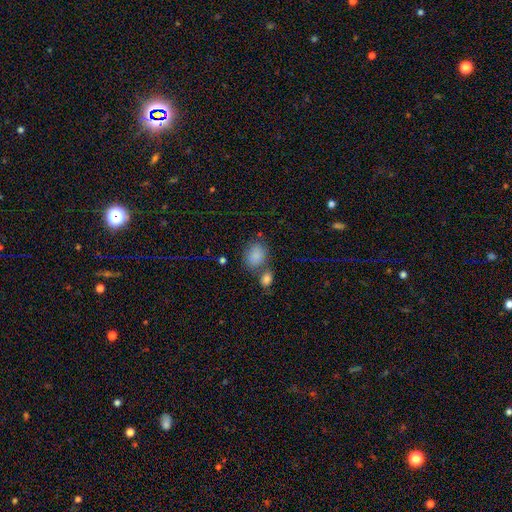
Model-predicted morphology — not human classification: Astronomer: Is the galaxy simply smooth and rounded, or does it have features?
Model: smooth — 85%.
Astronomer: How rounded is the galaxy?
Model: in between — 57% (runner-up: round, 41%).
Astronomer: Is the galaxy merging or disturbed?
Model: none — 54%.